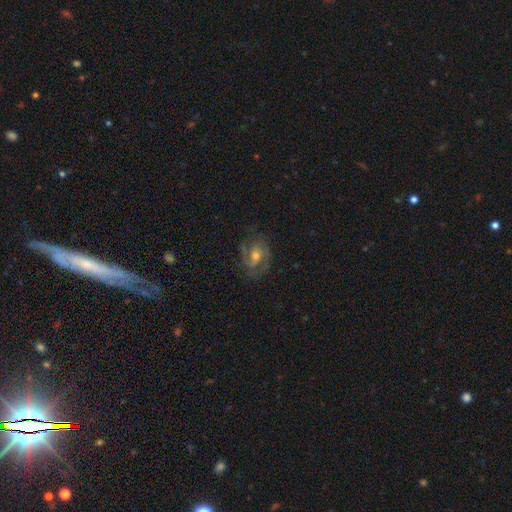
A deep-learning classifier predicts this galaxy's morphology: This appears to be a featured or disk galaxy (80%) with no bar (45%), 2 (54%) medium (47%) spiral arms (93%) and a moderate central bulge (63%). Merging: none (73%).